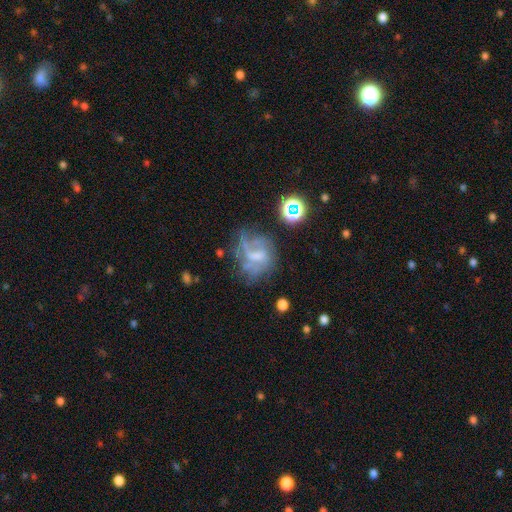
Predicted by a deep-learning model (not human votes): The model was most divided on "merging": none: 37%, major disturbance: 35%, minor disturbance: 21%, merger: 7%. Remaining: edge-on disk — no (97%); smooth or featured — featured or disk (57%); spiral arms — yes (51%); bar — no (50%); bulge size — none (46%).